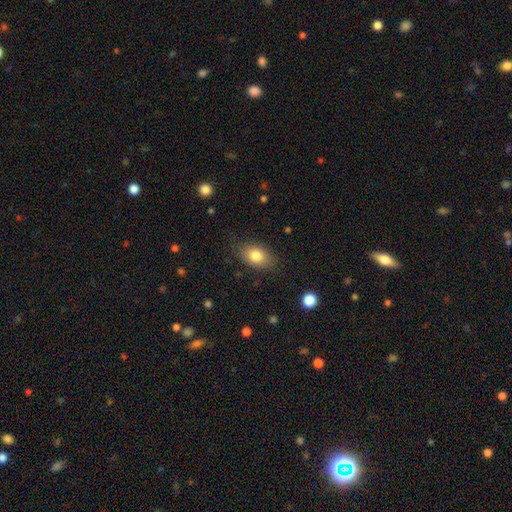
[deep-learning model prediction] This appears to be a smooth galaxy with no disk features (81%) that is in between round and cigar-shaped (84%). Merging: none (83%).